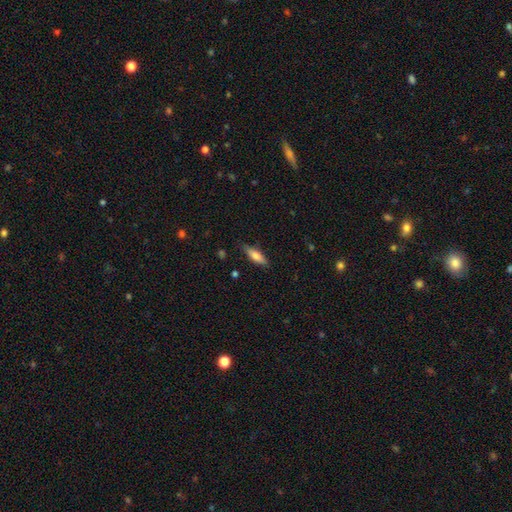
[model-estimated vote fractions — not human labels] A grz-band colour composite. It shows a smooth galaxy with no disk features (70%) that is cigar-shaped (51%). Merging: none (80%).